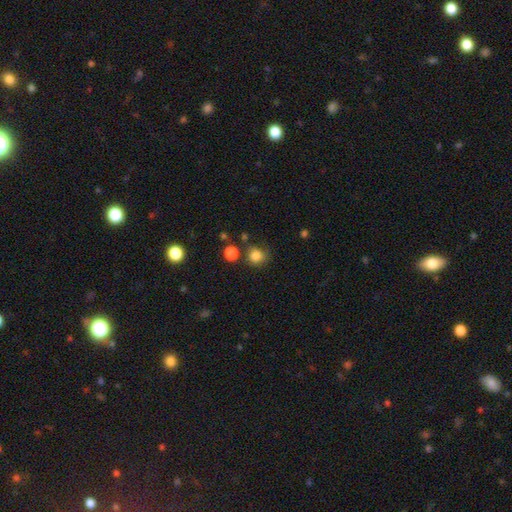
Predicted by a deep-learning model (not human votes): Q: Smooth or featured?
A: smooth (83%); runner-up: star or artifact (12%)
Q: How rounded?
A: round (89%); runner-up: in between (10%)
Q: Merging?
A: none (75%); runner-up: minor disturbance (14%)